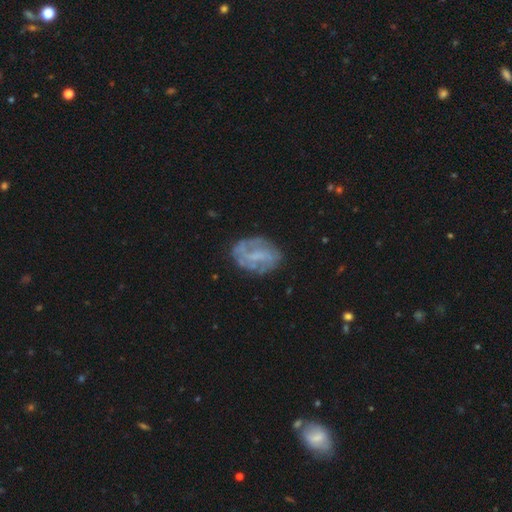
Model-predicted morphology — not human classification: smooth_or_featured: featured or disk (p=0.68) [alt: smooth p=0.24]
disk_edge_on: no (p=0.97) [alt: yes p=0.03]
bar: weak (p=0.44) [alt: no p=0.37]
has_spiral_arms: yes (p=0.69) [alt: no p=0.31]
bulge_size: none (p=0.50) [alt: small p=0.30]
merging: none (p=0.69) [alt: minor disturbance p=0.19]